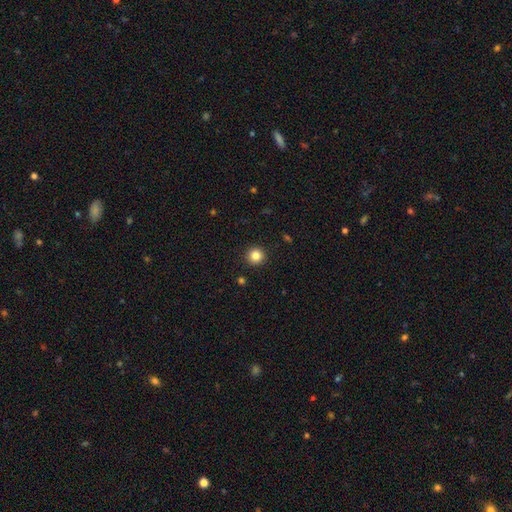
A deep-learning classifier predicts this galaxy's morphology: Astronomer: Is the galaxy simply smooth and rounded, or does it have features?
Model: smooth — 83%.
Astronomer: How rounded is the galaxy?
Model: round — 95%.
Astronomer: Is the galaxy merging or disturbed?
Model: none — 93%.